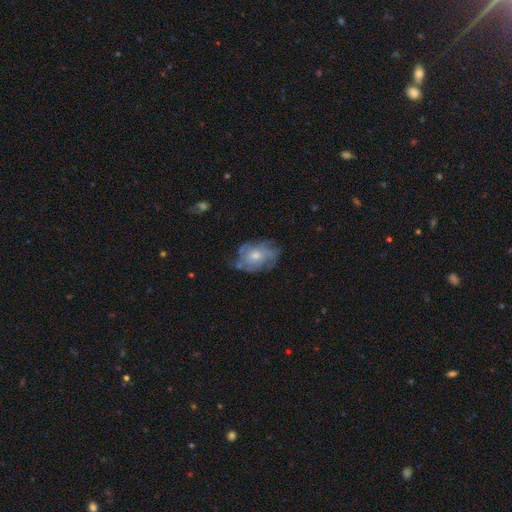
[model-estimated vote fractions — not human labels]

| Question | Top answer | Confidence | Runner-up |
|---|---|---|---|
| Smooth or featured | featured or disk | 65% | smooth (27%) |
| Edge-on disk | no | 97% | yes (3%) |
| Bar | no | 82% | weak (16%) |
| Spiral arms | yes | 71% | no (29%) |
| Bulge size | moderate | 52% | small (41%) |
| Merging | none | 56% | minor disturbance (26%) |